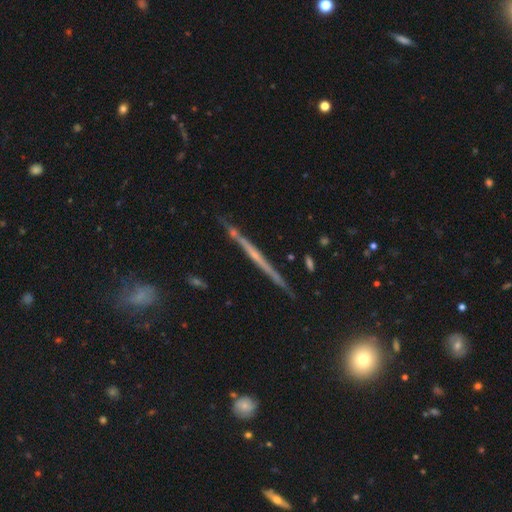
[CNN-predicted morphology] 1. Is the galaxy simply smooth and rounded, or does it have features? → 75% featured or disk, 17% smooth, 8% star or artifact.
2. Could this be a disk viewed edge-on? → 98% yes, 2% no.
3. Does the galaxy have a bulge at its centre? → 64% none, 28% rounded, 7% boxy.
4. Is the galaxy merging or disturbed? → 87% none, 9% minor disturbance, 2% merger, 2% major disturbance.